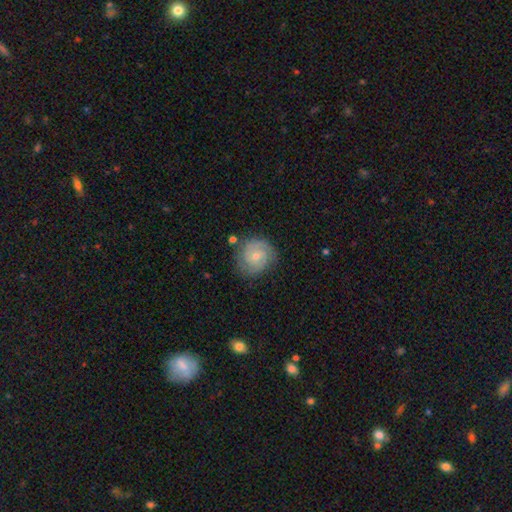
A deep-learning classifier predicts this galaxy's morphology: Smooth or featured? Predicted: featured or disk (p=0.76). Edge-on disk? Predicted: no (p=0.98). Bar? Predicted: no (p=0.63). Spiral arms? Predicted: yes (p=0.95). Spiral winding? Predicted: tight (p=0.65). Spiral arm count? Predicted: 2 (p=0.58). Bulge size? Predicted: small (p=0.59). Merging? Predicted: none (p=0.79).